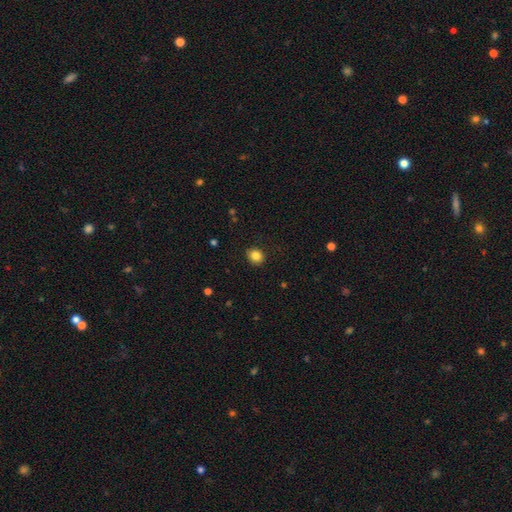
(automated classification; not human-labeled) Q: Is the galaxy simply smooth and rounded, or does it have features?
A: smooth — 85%.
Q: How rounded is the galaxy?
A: round — 63%.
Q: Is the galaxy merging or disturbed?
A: none — 88%.